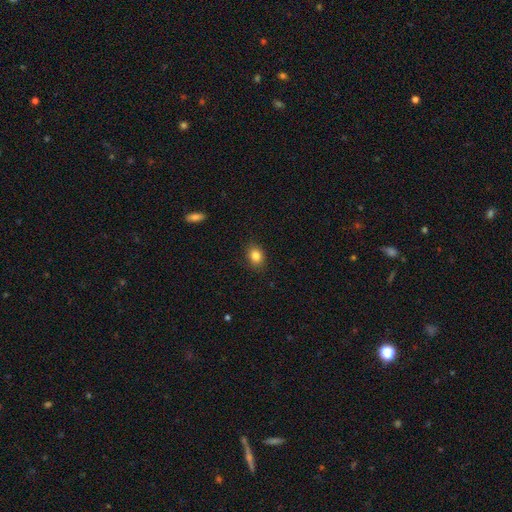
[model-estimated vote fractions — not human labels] Morphology: type=smooth (84%); roundness=in between (54%); merging=none (88%).